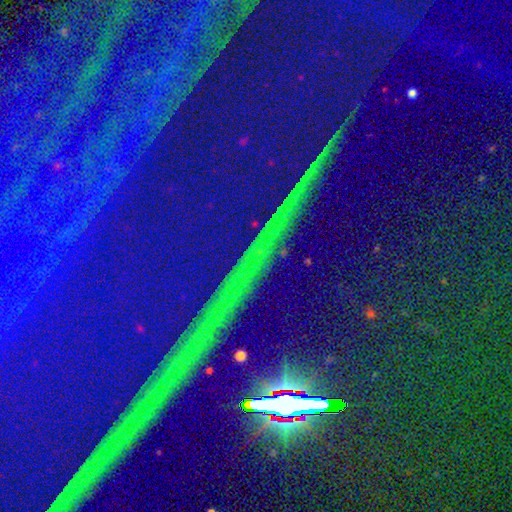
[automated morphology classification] Smooth or featured? star or artifact (90%)